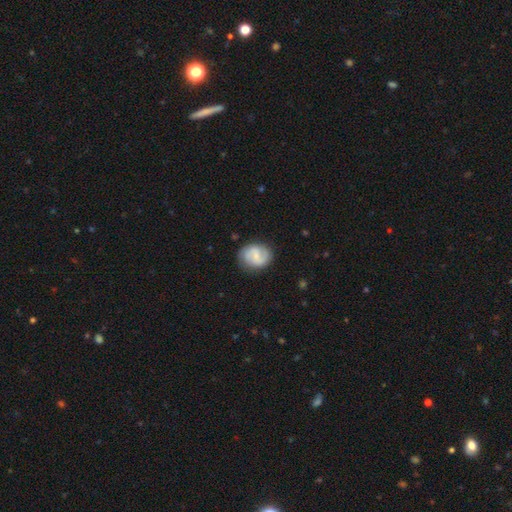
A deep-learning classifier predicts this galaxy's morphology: This appears to be a featured or disk galaxy (62%) with a weak bar (53%), 2 (86%) medium (48%) spiral arms (92%) and a small central bulge (52%). Merging: none (80%).